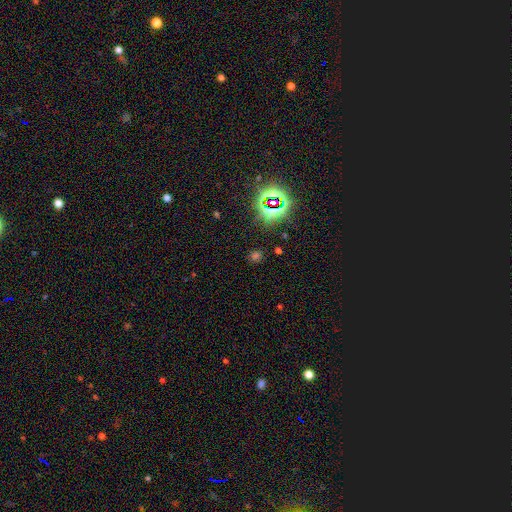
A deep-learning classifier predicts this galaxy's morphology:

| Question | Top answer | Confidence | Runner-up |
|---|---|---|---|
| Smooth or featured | star or artifact | 58% | smooth (35%) |